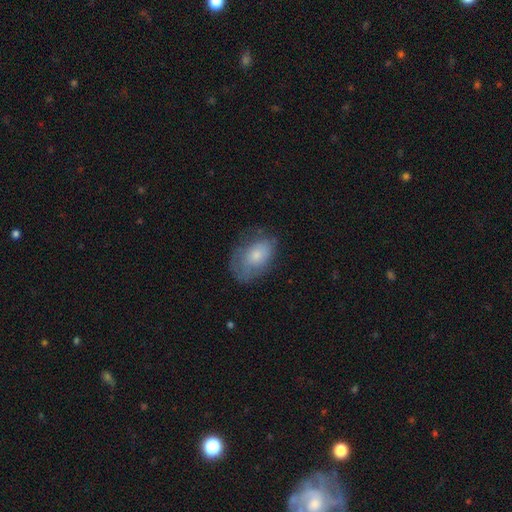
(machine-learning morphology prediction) smooth 64%, featured or disk 27%, star or artifact 8%. Down the decision tree: how rounded — in between (87%); merging — none (59%).